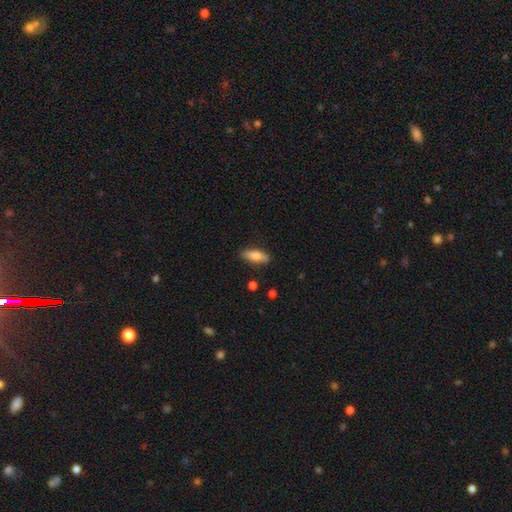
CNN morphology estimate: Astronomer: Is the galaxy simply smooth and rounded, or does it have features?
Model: smooth — 78%.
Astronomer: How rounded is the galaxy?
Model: in between — 64%.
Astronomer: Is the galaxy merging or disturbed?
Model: none — 84%.